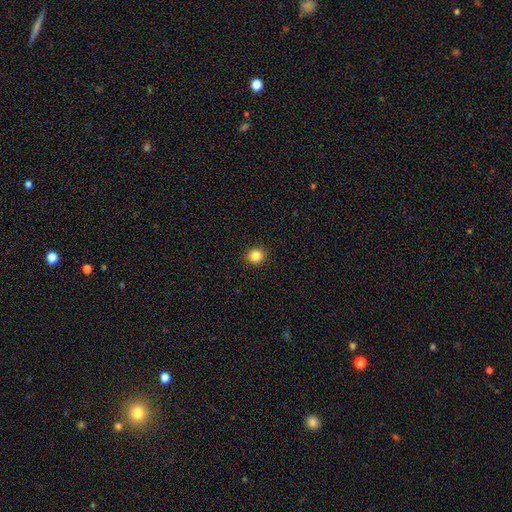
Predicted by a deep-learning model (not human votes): smooth_or_featured: smooth (p=0.85) [alt: star or artifact p=0.11]
how_rounded: round (p=0.92) [alt: in between p=0.07]
merging: none (p=0.93) [alt: minor disturbance p=0.05]